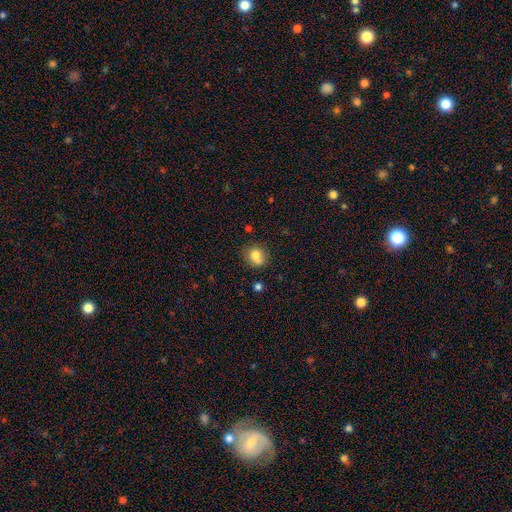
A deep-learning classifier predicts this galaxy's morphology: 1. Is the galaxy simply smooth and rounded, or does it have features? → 78% smooth, 11% featured or disk, 11% star or artifact.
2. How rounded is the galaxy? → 74% round, 25% in between, 1% cigar-shaped.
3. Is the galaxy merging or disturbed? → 62% none, 22% minor disturbance, 9% merger, 7% major disturbance.